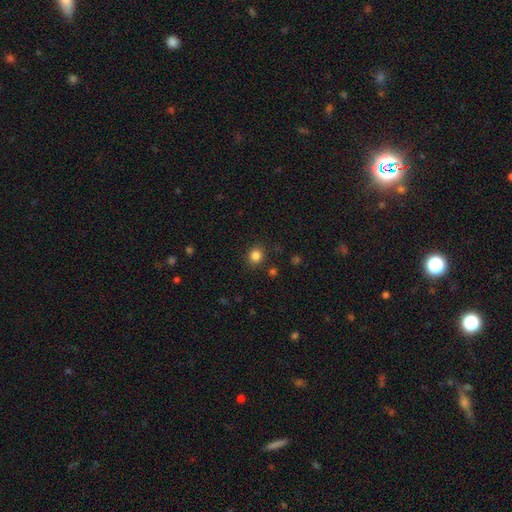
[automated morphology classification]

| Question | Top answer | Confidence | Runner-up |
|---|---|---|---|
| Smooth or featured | smooth | 84% | star or artifact (12%) |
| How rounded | round | 83% | in between (16%) |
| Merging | none | 88% | minor disturbance (7%) |